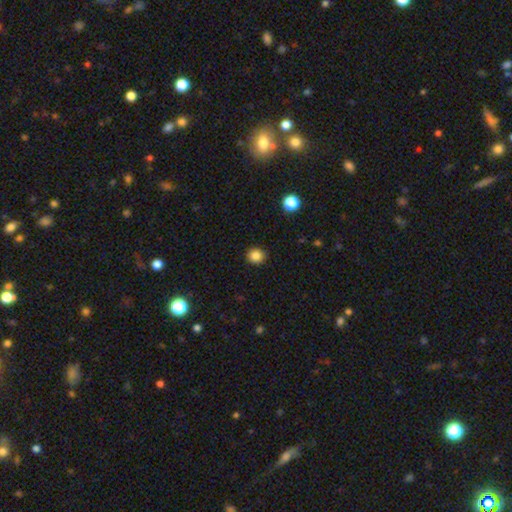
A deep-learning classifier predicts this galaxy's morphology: The model was most divided on "smooth or featured": smooth: 85%, star or artifact: 11%, featured or disk: 4%. More confident: merging — none (92%); how rounded — round (88%).